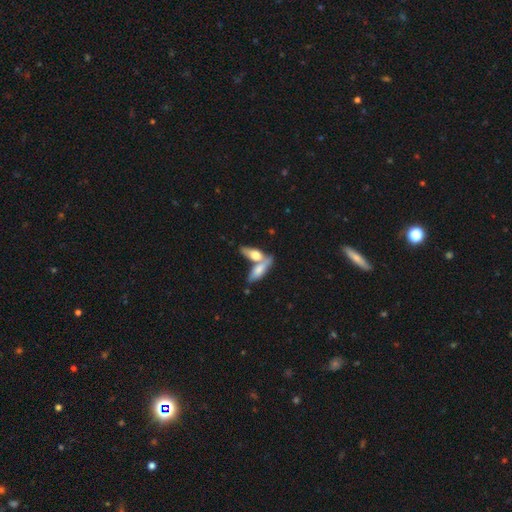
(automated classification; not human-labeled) Morphology: type=smooth (63%); roundness=in between (68%); merging=merger (53%).